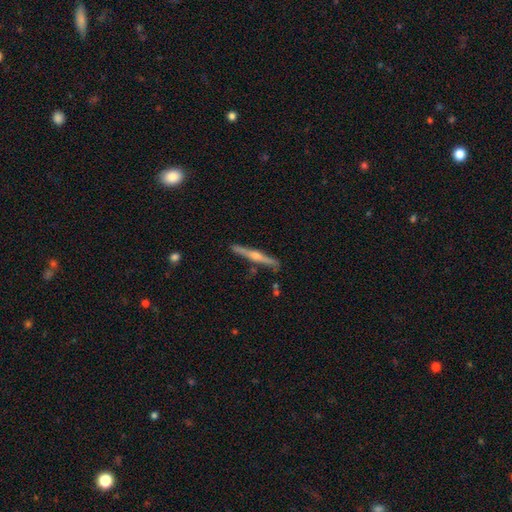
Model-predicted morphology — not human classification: Smooth or featured? featured or disk (72%)
Edge-on disk? yes (95%)
Edge-on bulge? rounded (82%)
Merging? none (81%)